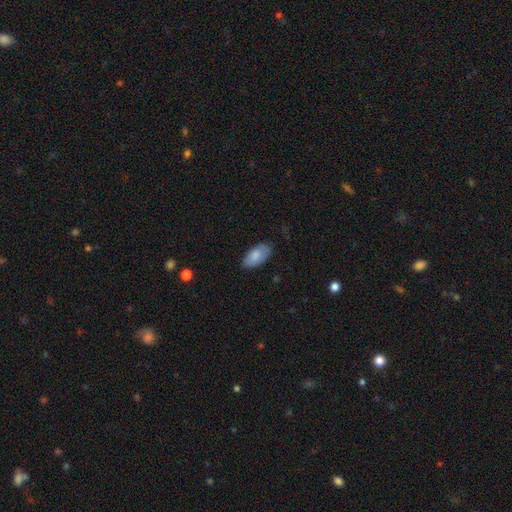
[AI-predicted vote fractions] smooth-or-featured: smooth: 80% | featured or disk: 13% | star or artifact: 6%
  how-rounded: in between: 94% | cigar-shaped: 3% | round: 2%
  merging: none: 76% | minor disturbance: 19% | major disturbance: 4% | merger: 1%